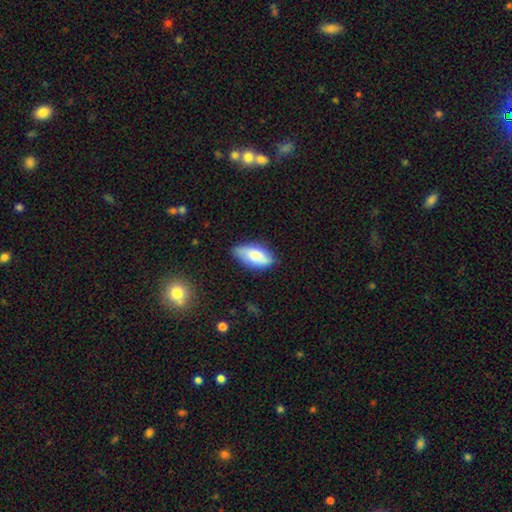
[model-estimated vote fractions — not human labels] This is likely a smooth galaxy (75%). How rounded: clearly in between (90%). Merging: likely none (71%).